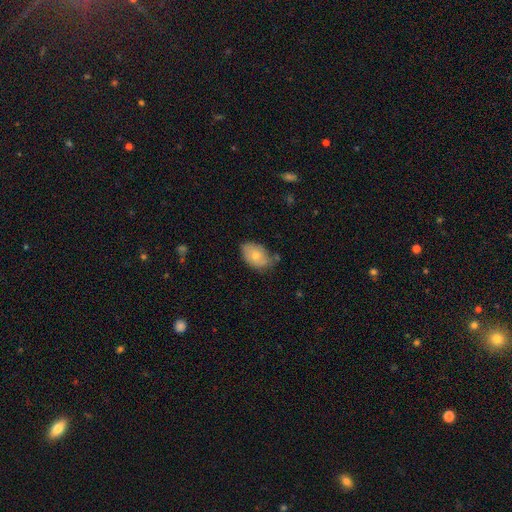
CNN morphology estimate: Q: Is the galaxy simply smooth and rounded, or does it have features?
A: smooth — 72%.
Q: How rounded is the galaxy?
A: in between — 86%.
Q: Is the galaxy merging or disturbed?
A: none — 57%.